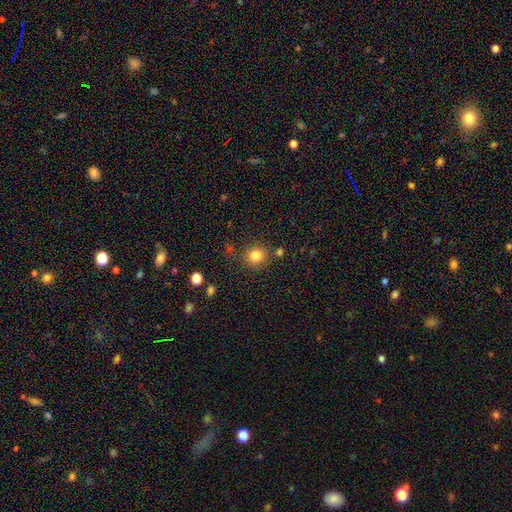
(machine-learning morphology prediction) The model was most divided on "merging": none: 80%, minor disturbance: 10%, merger: 6%, major disturbance: 4%. More confident: how rounded — round (85%); smooth or featured — smooth (82%).